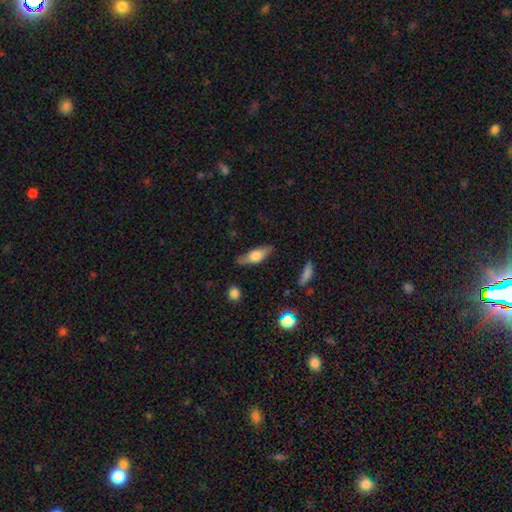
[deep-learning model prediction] A smooth galaxy with no disk features (49%).

Vote fractions:
- Smooth or featured? smooth: 49% / featured or disk: 44% / star or artifact: 7%
- Merging? none: 76% / minor disturbance: 18% / major disturbance: 4% / merger: 2%